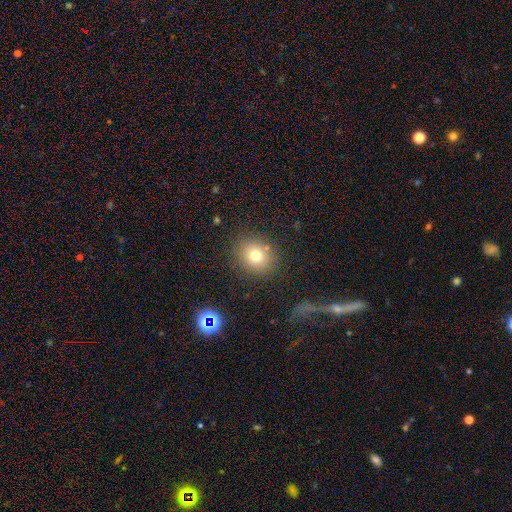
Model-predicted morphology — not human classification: smooth 75%, star or artifact 14%, featured or disk 11%. Down the decision tree: how rounded — round (69%); merging — none (83%).